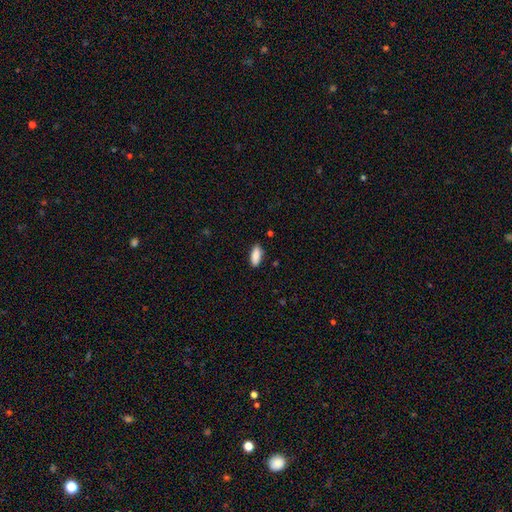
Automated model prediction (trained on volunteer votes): Smooth or featured? Predicted: smooth (p=0.89). How rounded? Predicted: in between (p=0.80). Merging? Predicted: none (p=0.87).